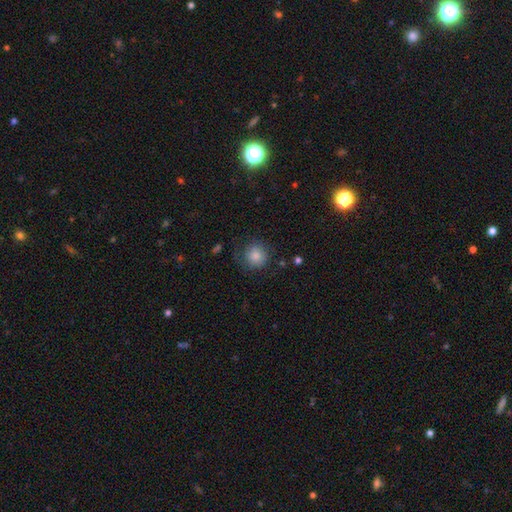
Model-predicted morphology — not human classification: This appears to be a smooth galaxy with no disk features (83%) that is round (90%). Merging: none (75%).